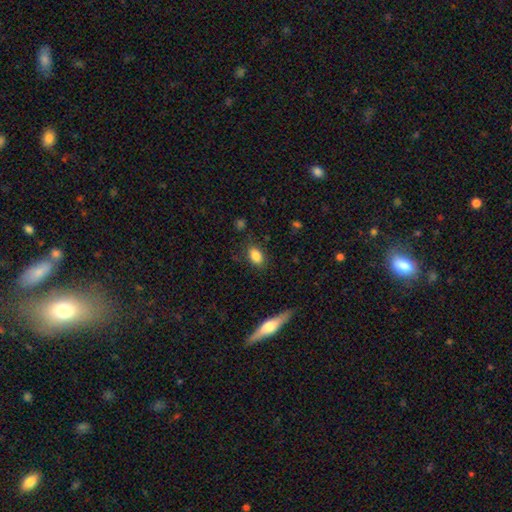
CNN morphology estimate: Smooth or featured? smooth (85%)
How rounded? in between (83%)
Merging? none (80%)